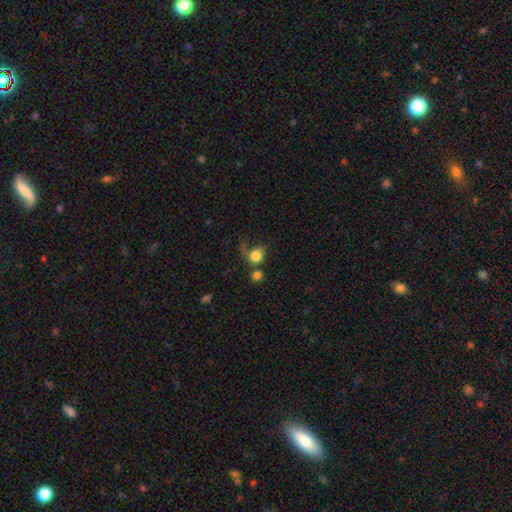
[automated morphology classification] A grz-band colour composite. It shows a smooth galaxy with no disk features (79%) that is round (68%). Merging: none (36%).